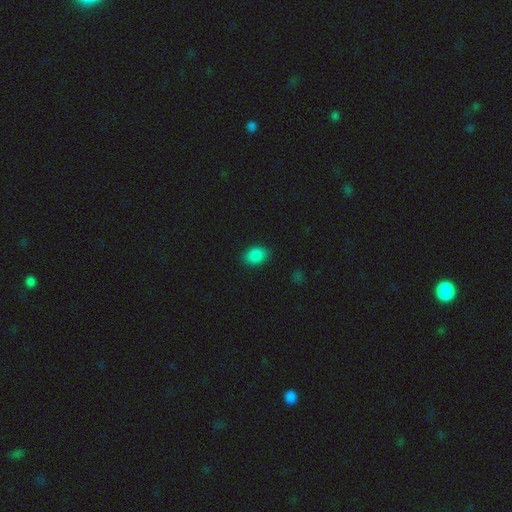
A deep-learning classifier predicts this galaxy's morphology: Smooth or featured? Predicted: smooth (p=0.86). How rounded? Predicted: in between (p=0.79). Merging? Predicted: none (p=0.87).